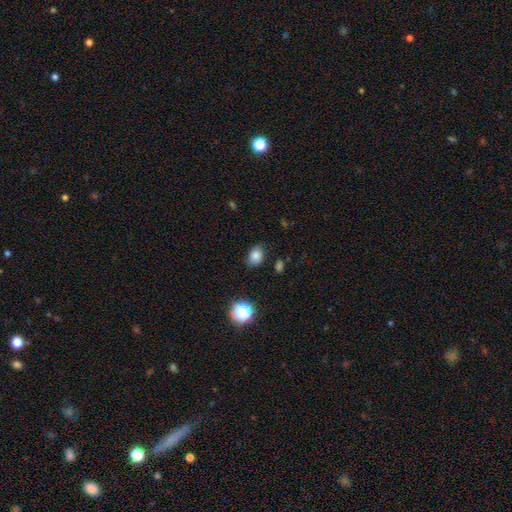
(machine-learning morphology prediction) Smooth or featured?
  - smooth: 81% *
  - star or artifact: 12%
  - featured or disk: 6%
How rounded?
  - in between: 68% *
  - round: 31%
  - cigar-shaped: 1%
Merging?
  - none: 76% *
  - minor disturbance: 18%
  - major disturbance: 4%
  - merger: 2%